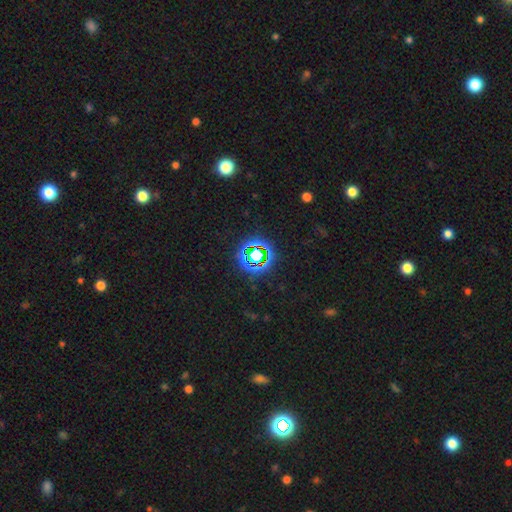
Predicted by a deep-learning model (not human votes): This appears to be a star or artifact, not a galaxy (73%).